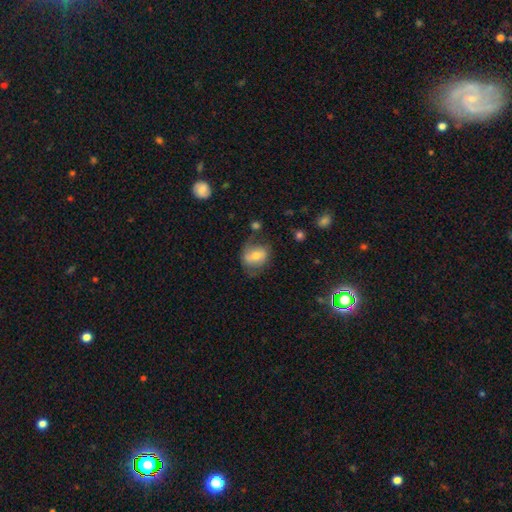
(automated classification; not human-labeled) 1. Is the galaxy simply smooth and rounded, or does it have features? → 55% smooth, 37% featured or disk, 8% star or artifact.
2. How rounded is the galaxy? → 50% in between, 49% round, 1% cigar-shaped.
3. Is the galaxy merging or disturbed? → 56% none, 26% minor disturbance, 14% major disturbance, 4% merger.